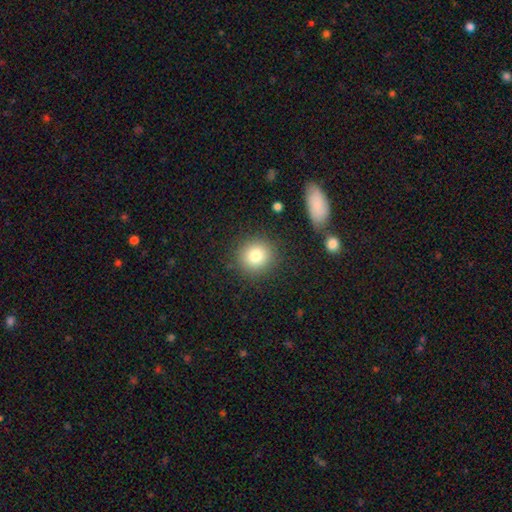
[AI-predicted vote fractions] The model was most divided on "smooth or featured": smooth: 80%, star or artifact: 11%, featured or disk: 9%. More confident: how rounded — round (91%); merging — none (88%).